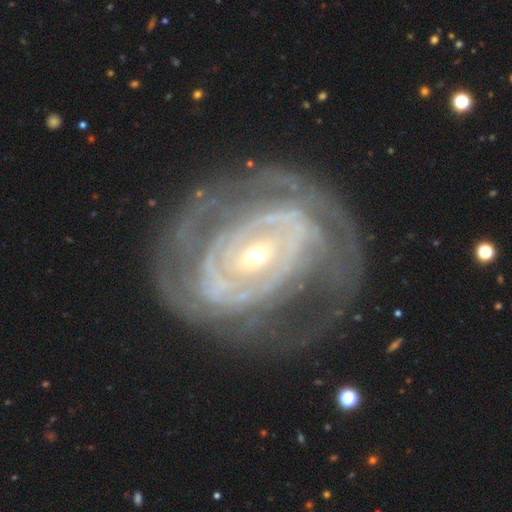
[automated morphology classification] Smooth or featured? Predicted: featured or disk (p=0.85). Edge-on disk? Predicted: no (p=0.96). Bar? Predicted: no (p=0.41). Spiral arms? Predicted: yes (p=0.84). Spiral winding? Predicted: tight (p=0.72). Spiral arm count? Predicted: can't tell (p=0.42). Bulge size? Predicted: small (p=0.74). Merging? Predicted: none (p=0.65).